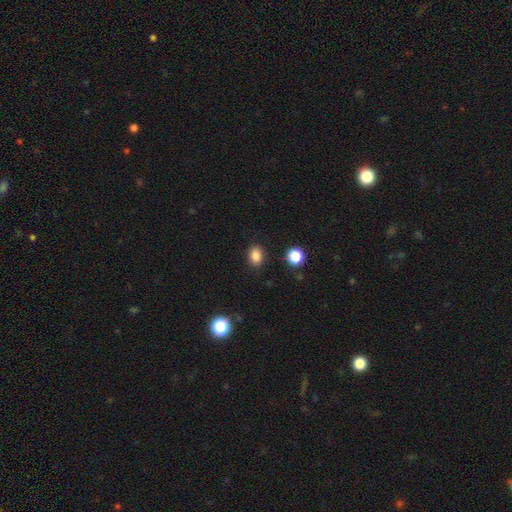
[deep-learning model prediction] smooth-or-featured: smooth: 85% | star or artifact: 11% | featured or disk: 4%
  how-rounded: in between: 67% | round: 31% | cigar-shaped: 1%
  merging: none: 87% | minor disturbance: 9% | major disturbance: 2% | merger: 2%